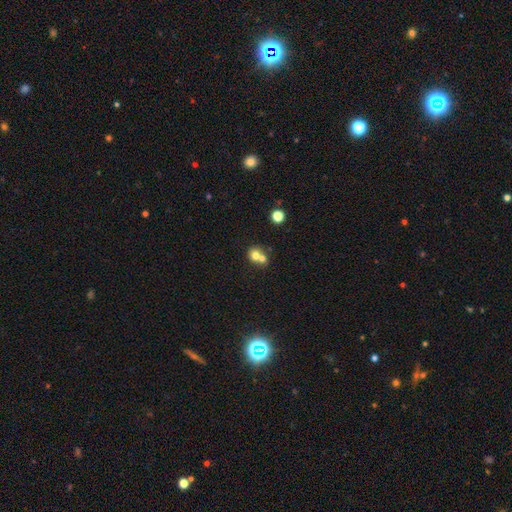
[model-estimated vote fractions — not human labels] Smooth or featured? Predicted: smooth (p=0.72). How rounded? Predicted: round (p=0.77). Merging? Predicted: merger (p=0.58).